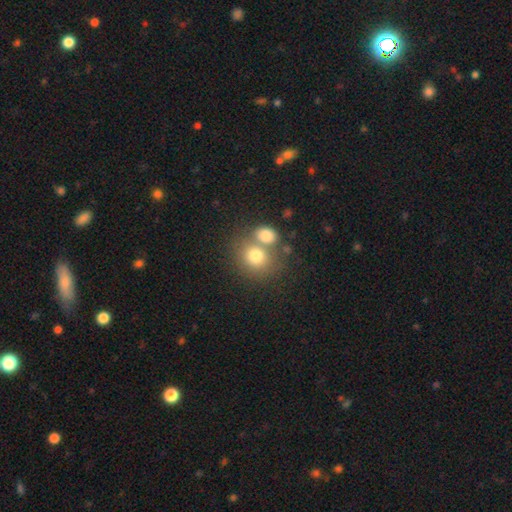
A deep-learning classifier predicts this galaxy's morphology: Overall: smooth (76%). How rounded: round (73%). Merging: none (45%; merger 43%).